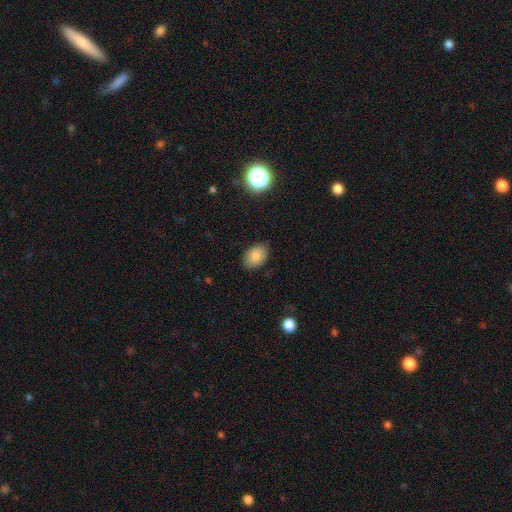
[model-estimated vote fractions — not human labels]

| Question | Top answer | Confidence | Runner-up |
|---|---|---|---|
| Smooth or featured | smooth | 86% | star or artifact (9%) |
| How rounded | in between | 82% | round (17%) |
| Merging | none | 84% | minor disturbance (12%) |